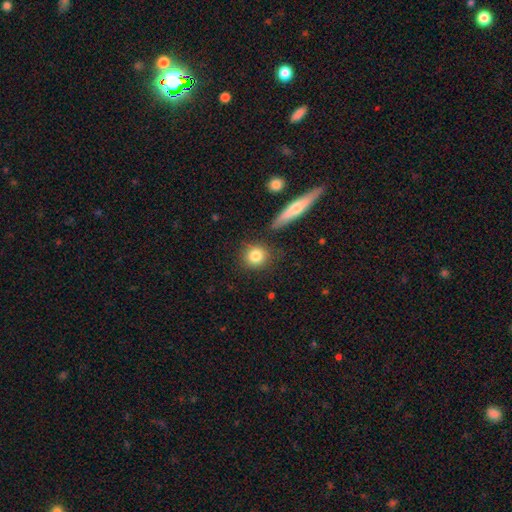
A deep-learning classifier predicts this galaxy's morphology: A smooth galaxy with no disk features (82%) that is round (86%). Merging: none (82%).